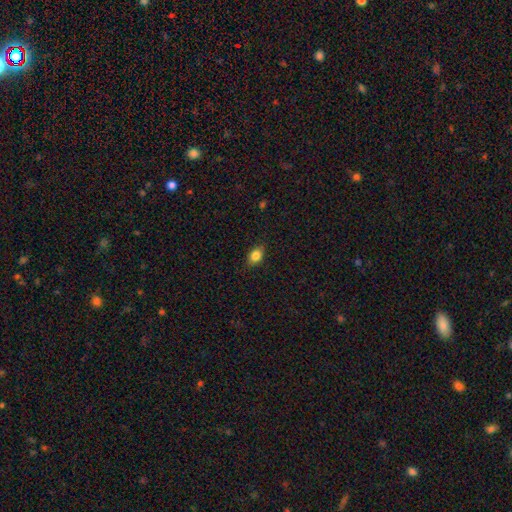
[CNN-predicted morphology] This is clearly a smooth galaxy (84%). How rounded: likely in between (76%). Merging: clearly none (83%).